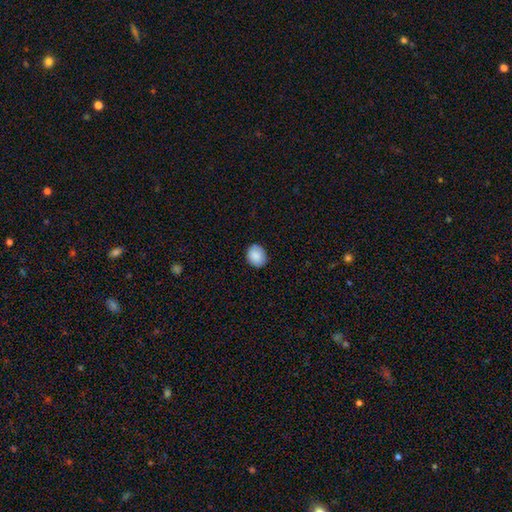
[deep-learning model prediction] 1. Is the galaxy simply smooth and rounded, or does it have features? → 88% smooth, 7% star or artifact, 5% featured or disk.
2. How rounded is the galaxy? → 62% round, 38% in between, 1% cigar-shaped.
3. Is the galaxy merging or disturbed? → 87% none, 10% minor disturbance, 2% major disturbance, 1% merger.